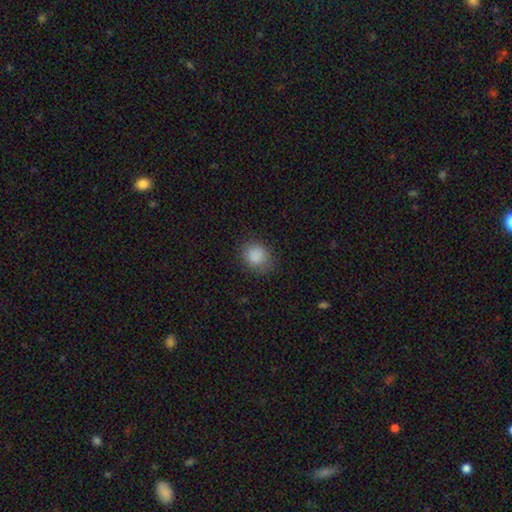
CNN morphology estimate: A smooth galaxy with no disk features (87%) that is round (68%). Merging: none (79%).